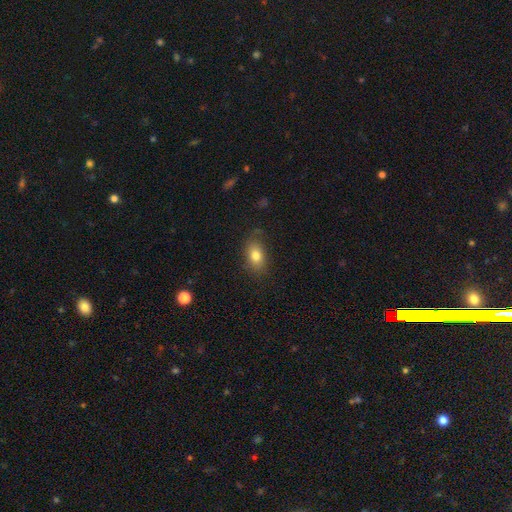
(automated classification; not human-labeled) This appears to be a smooth galaxy with no disk features (80%) that is in between round and cigar-shaped (82%). Merging: none (80%).